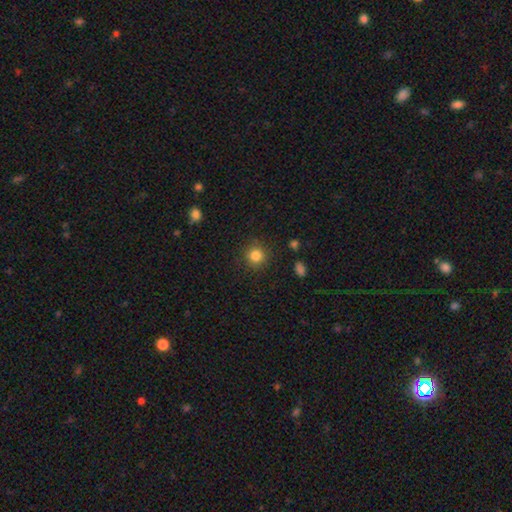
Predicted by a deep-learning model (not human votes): Smooth or featured?
  - smooth: 84% *
  - star or artifact: 11%
  - featured or disk: 5%
How rounded?
  - round: 93% *
  - in between: 6%
  - cigar-shaped: 1%
Merging?
  - none: 88% *
  - minor disturbance: 7%
  - major disturbance: 3%
  - merger: 1%